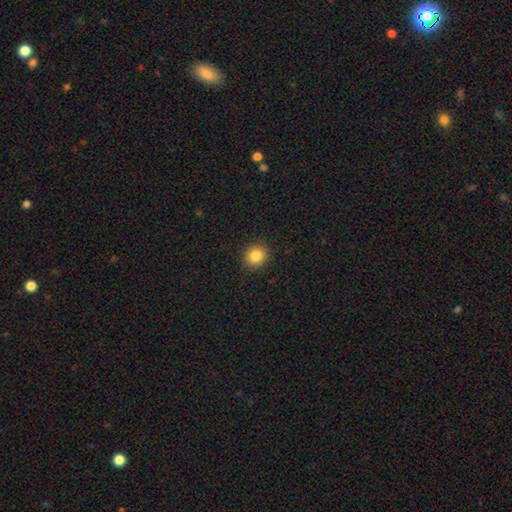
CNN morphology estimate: A smooth galaxy with no disk features (84%) that is round (79%). Merging: none (90%).